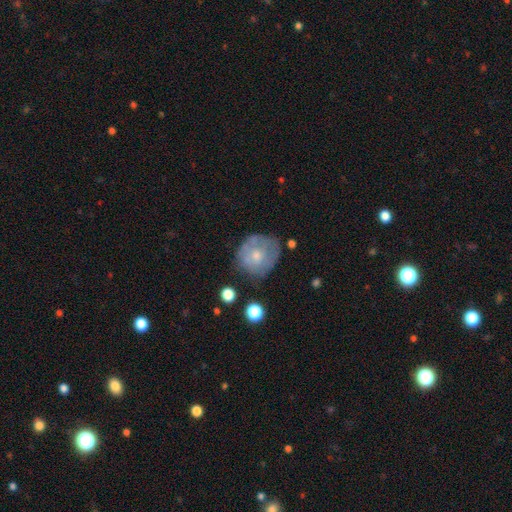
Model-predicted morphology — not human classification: The model was most divided on "smooth or featured": smooth: 54%, featured or disk: 38%, star or artifact: 8%. More confident: how rounded — round (81%); merging — none (60%).